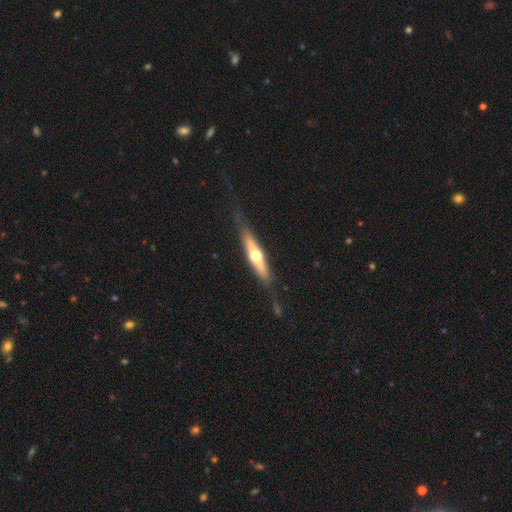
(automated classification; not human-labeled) featured or disk 61%, smooth 34%, star or artifact 5%. Down the decision tree: edge-on disk — yes (93%); edge-on bulge — rounded (94%); merging — none (79%).